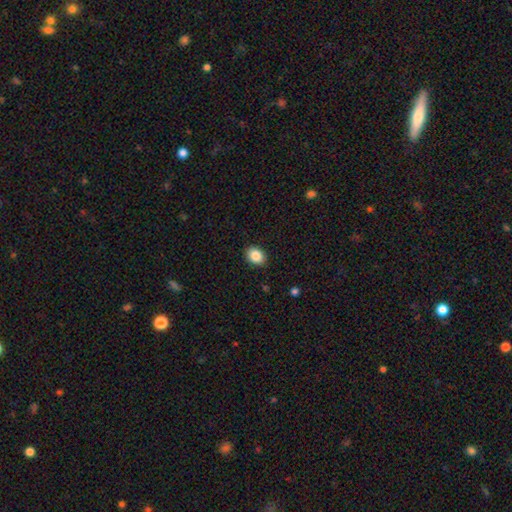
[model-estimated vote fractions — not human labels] Q: Smooth or featured?
A: smooth (88%); runner-up: star or artifact (8%)
Q: How rounded?
A: in between (67%); runner-up: round (32%)
Q: Merging?
A: none (90%); runner-up: minor disturbance (7%)